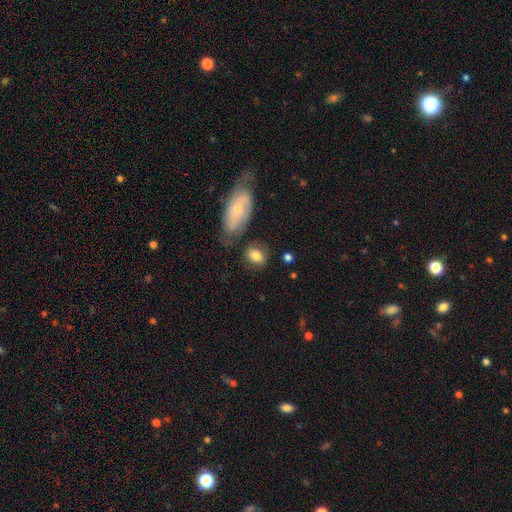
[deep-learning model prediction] Q: Smooth or featured?
A: smooth (77%); runner-up: featured or disk (16%)
Q: How rounded?
A: in between (74%); runner-up: round (23%)
Q: Merging?
A: none (67%); runner-up: minor disturbance (17%)